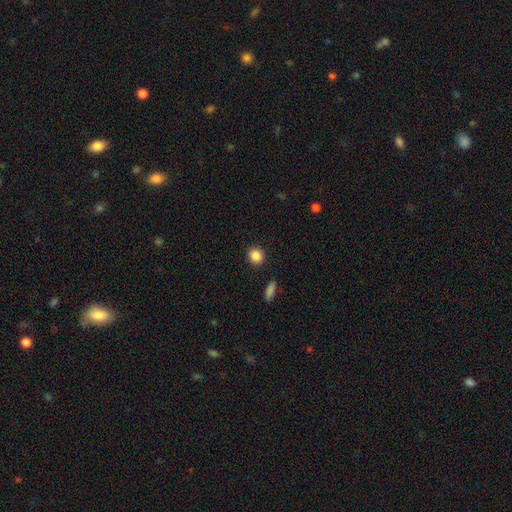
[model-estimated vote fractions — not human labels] smooth-or-featured: smooth: 87% | star or artifact: 9% | featured or disk: 4%
  how-rounded: round: 82% | in between: 17% | cigar-shaped: 1%
  merging: none: 90% | minor disturbance: 6% | major disturbance: 2% | merger: 2%